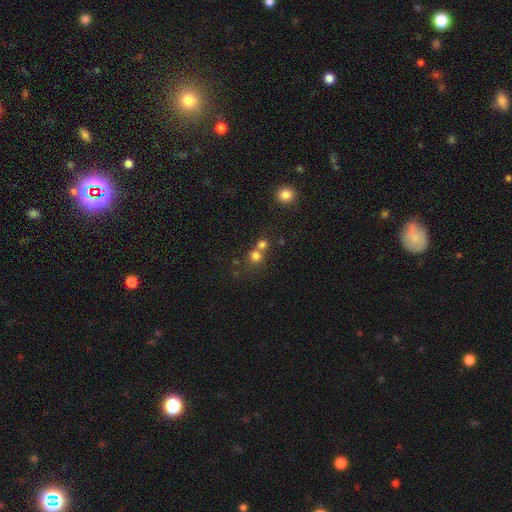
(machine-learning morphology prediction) Smooth or featured: smooth — 74% (star or artifact — 16%)
How rounded: round — 86% (in between — 13%)
Merging: none — 46% (merger — 44%)